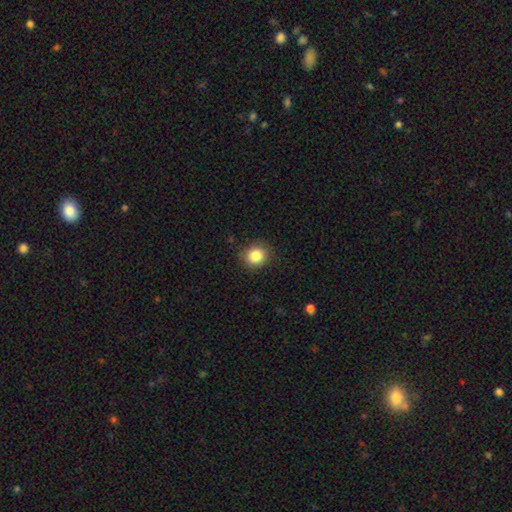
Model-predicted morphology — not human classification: Q: Smooth or featured?
A: smooth (85%); runner-up: star or artifact (10%)
Q: How rounded?
A: round (84%); runner-up: in between (15%)
Q: Merging?
A: none (88%); runner-up: minor disturbance (9%)